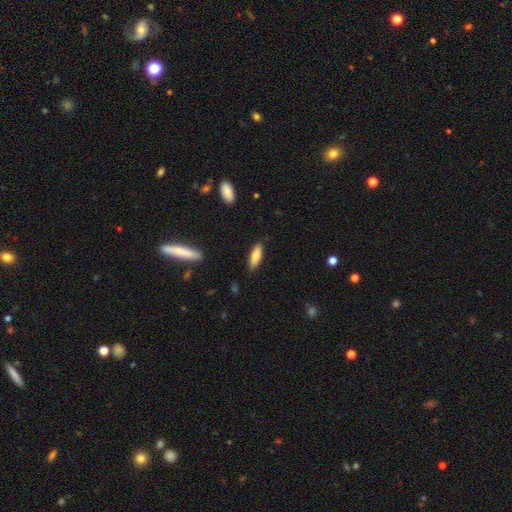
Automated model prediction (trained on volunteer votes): Morphology: type=smooth (78%); roundness=in between (55%); merging=none (86%).